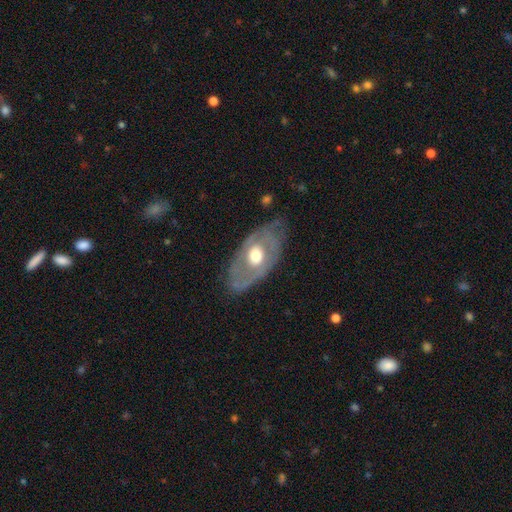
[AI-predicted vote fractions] Smooth or featured? Predicted: featured or disk (p=0.69). Edge-on disk? Predicted: no (p=0.90). Bar? Predicted: no (p=0.79). Spiral arms? Predicted: no (p=0.52). Bulge size? Predicted: moderate (p=0.63). Merging? Predicted: none (p=0.71).